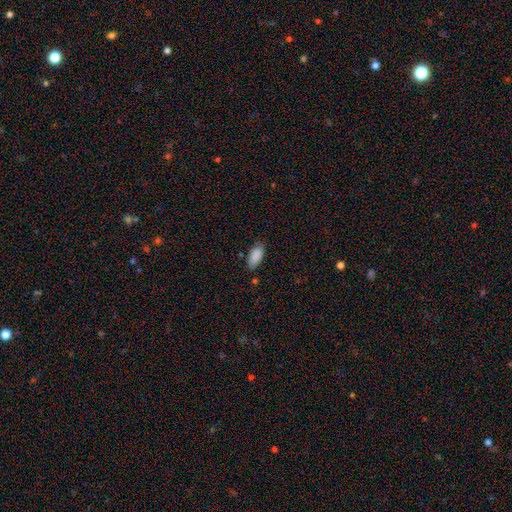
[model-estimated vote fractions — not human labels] smooth-or-featured: smooth: 89% | star or artifact: 6% | featured or disk: 5%
  how-rounded: in between: 91% | cigar-shaped: 8% | round: 2%
  merging: none: 77% | minor disturbance: 18% | major disturbance: 3% | merger: 2%